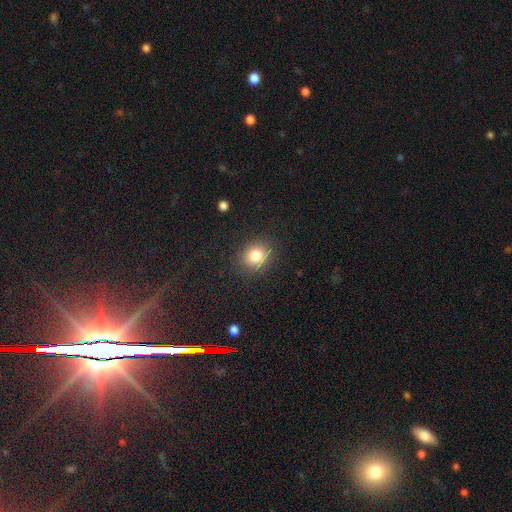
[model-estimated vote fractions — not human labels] smooth-or-featured: smooth: 82% | star or artifact: 11% | featured or disk: 7%
  how-rounded: round: 75% | in between: 24% | cigar-shaped: 1%
  merging: none: 87% | minor disturbance: 9% | major disturbance: 3% | merger: 1%